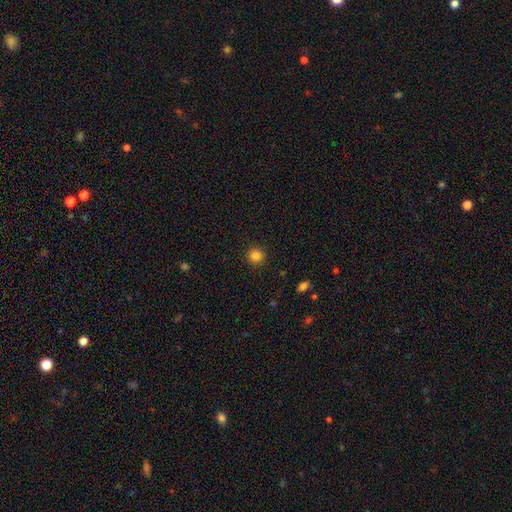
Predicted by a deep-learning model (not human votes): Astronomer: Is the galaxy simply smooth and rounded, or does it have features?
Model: smooth — 84%.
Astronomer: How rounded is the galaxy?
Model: round — 94%.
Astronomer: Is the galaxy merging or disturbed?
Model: none — 91%.